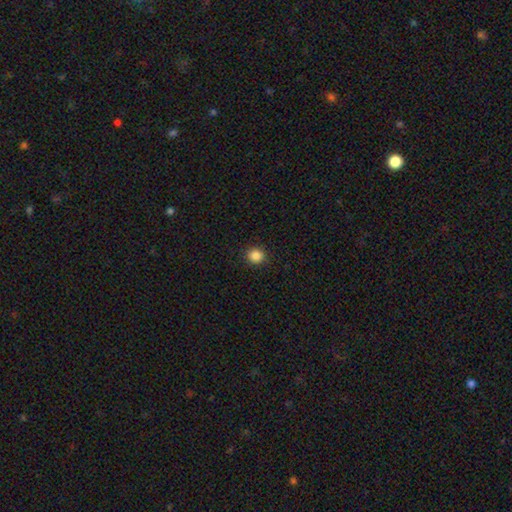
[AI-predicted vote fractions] Smooth or featured? smooth (86%)
How rounded? round (91%)
Merging? none (92%)